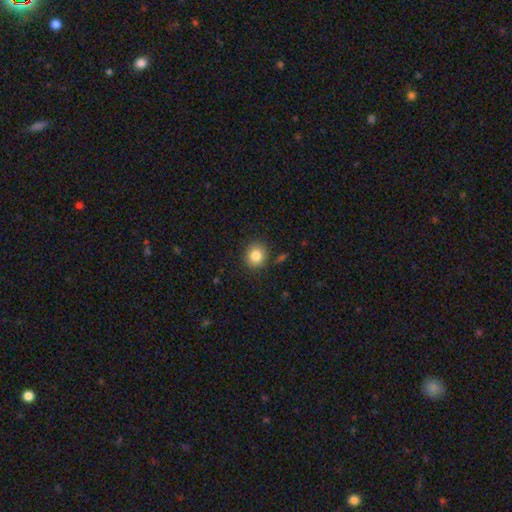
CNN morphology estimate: A smooth galaxy with no disk features (84%) that is round (80%). Merging: none (86%).